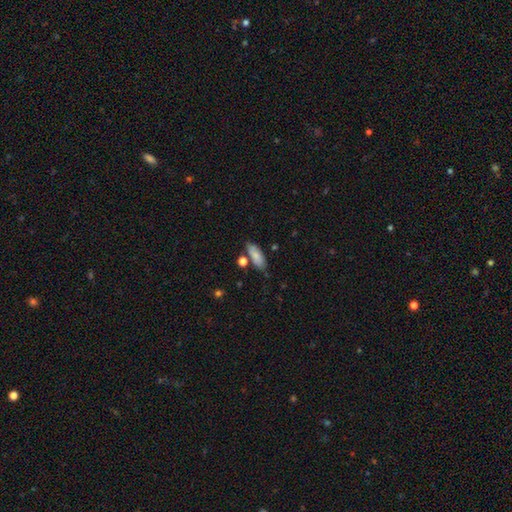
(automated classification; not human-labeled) This is clearly a smooth galaxy (81%). How rounded: likely in between (76%). Merging: likely none (72%).